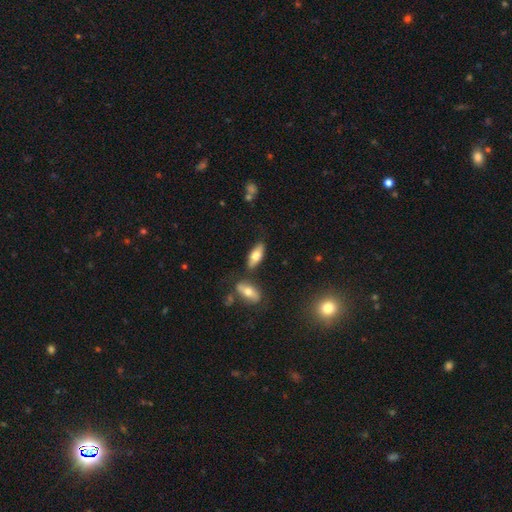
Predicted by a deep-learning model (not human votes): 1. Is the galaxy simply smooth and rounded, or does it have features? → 68% smooth, 26% featured or disk, 7% star or artifact.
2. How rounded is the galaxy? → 74% in between, 23% cigar-shaped, 3% round.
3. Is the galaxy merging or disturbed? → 74% none, 13% minor disturbance, 9% merger, 3% major disturbance.